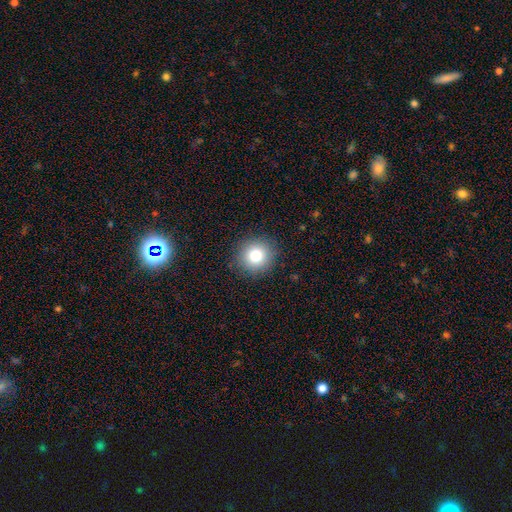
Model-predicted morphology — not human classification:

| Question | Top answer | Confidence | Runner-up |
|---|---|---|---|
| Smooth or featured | smooth | 79% | star or artifact (12%) |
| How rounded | round | 92% | in between (7%) |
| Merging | none | 90% | minor disturbance (7%) |